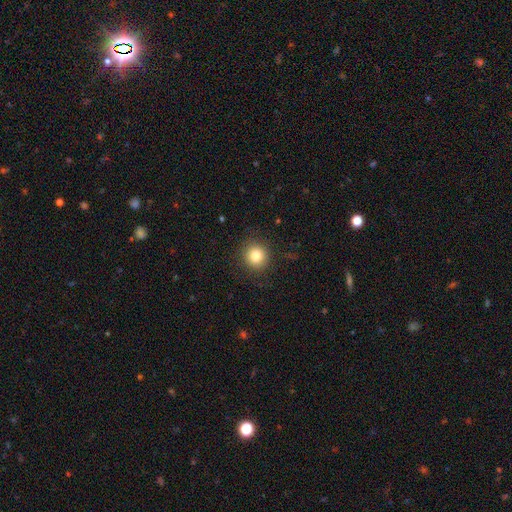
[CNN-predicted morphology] Smooth or featured? smooth (83%)
How rounded? round (91%)
Merging? none (90%)